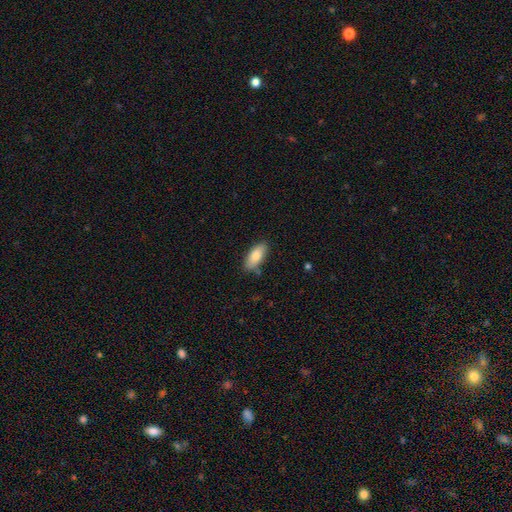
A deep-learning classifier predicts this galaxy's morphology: smooth_or_featured: smooth (p=0.82) [alt: featured or disk p=0.12]
how_rounded: in between (p=0.84) [alt: cigar-shaped p=0.14]
merging: none (p=0.82) [alt: minor disturbance p=0.13]